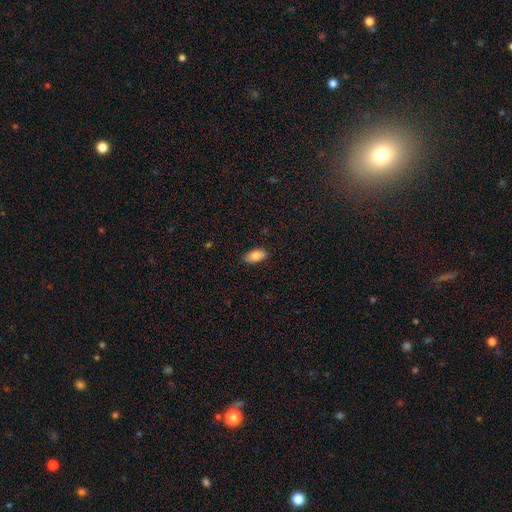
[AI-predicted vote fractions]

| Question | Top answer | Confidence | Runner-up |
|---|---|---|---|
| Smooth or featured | smooth | 85% | featured or disk (9%) |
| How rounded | in between | 92% | cigar-shaped (5%) |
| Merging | none | 87% | minor disturbance (10%) |